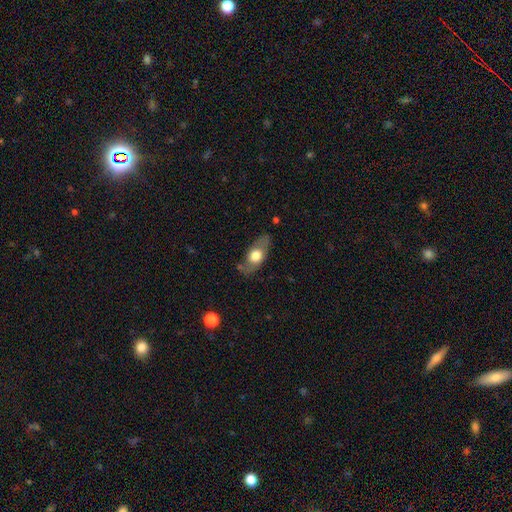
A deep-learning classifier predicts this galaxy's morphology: This appears to be a smooth galaxy with no disk features (56%) that is in between round and cigar-shaped (80%). Merging: none (74%).